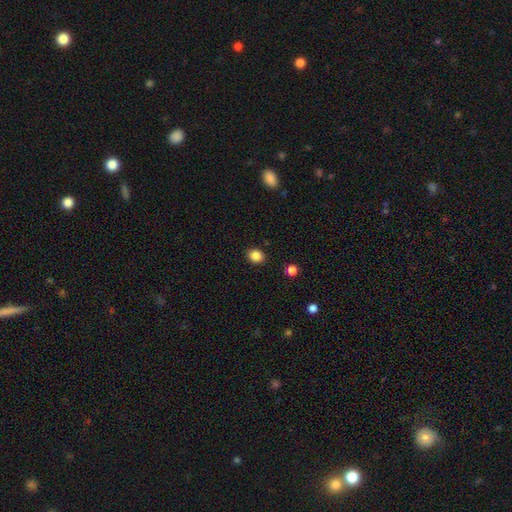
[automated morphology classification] Smooth or featured? Predicted: smooth (p=0.86). How rounded? Predicted: round (p=0.60). Merging? Predicted: none (p=0.89).